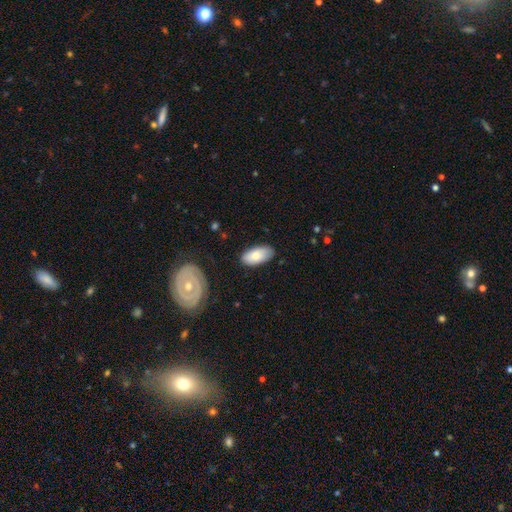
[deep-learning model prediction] This appears to be a smooth galaxy with no disk features (74%) that is in between round and cigar-shaped (92%). Merging: none (81%).